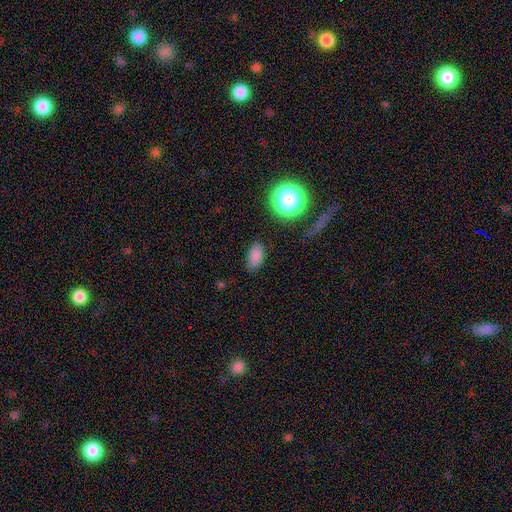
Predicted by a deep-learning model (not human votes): Smooth or featured? Predicted: smooth (p=0.82). How rounded? Predicted: in between (p=0.89). Merging? Predicted: none (p=0.81).